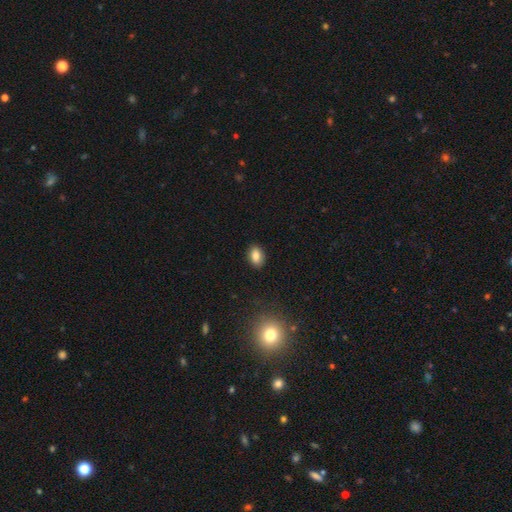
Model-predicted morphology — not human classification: Smooth or featured? smooth (83%)
How rounded? in between (82%)
Merging? none (89%)